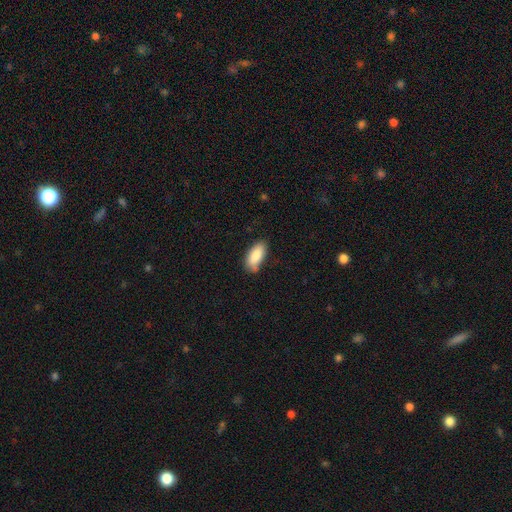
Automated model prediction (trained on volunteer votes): smooth_or_featured: smooth (p=0.84) [alt: featured or disk p=0.10]
how_rounded: in between (p=0.89) [alt: cigar-shaped p=0.09]
merging: none (p=0.70) [alt: minor disturbance p=0.24]